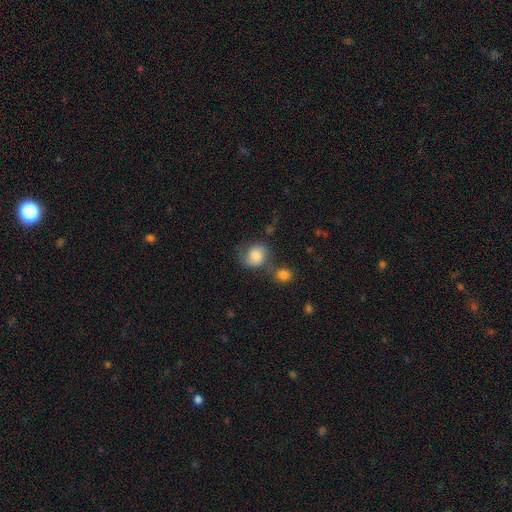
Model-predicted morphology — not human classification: A smooth galaxy with no disk features (69%) that is round (71%).

Vote fractions:
- Smooth or featured? smooth: 69% / featured or disk: 22% / star or artifact: 9%
- How rounded? round: 71% / in between: 28% / cigar-shaped: 1%
- Merging? none: 48% / minor disturbance: 21% / merger: 19% / major disturbance: 12%